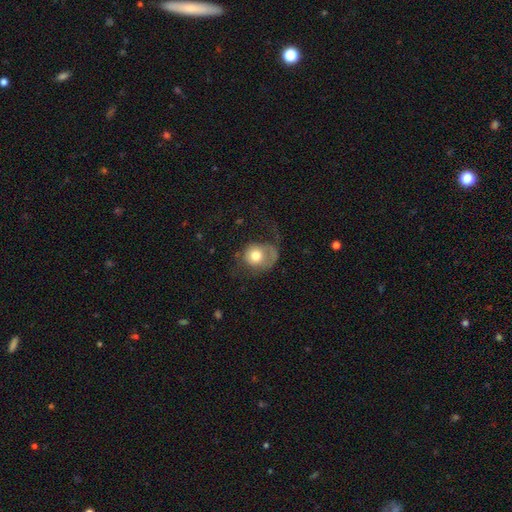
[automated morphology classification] smooth 65%, featured or disk 27%, star or artifact 8%. Down the decision tree: how rounded — round (71%); merging — major disturbance (43%).